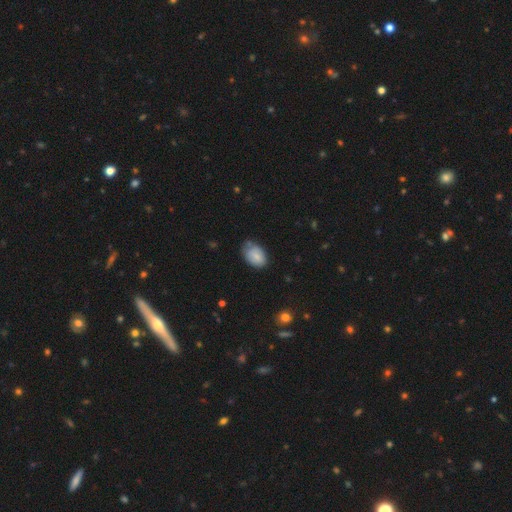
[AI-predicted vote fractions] This appears to be a smooth galaxy with no disk features (78%) that is in between round and cigar-shaped (85%). Merging: none (53%).